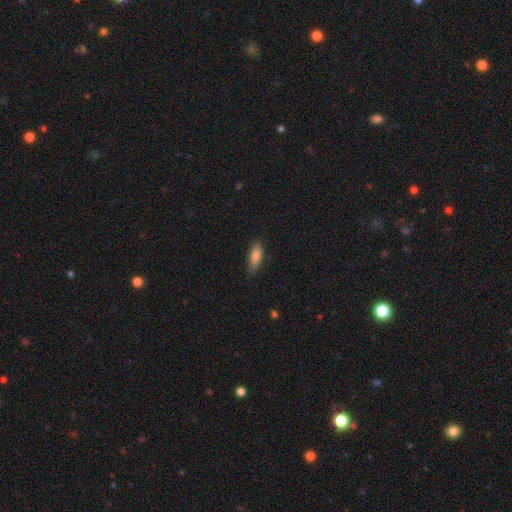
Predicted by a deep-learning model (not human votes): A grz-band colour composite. It shows a smooth galaxy with no disk features (80%) that is in between round and cigar-shaped (58%). Merging: none (81%).